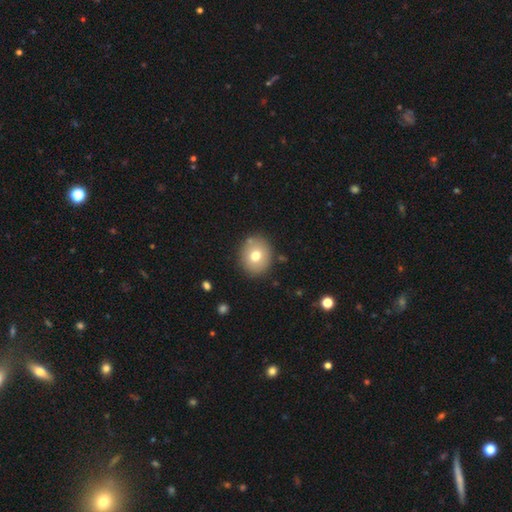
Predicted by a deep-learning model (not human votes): This appears to be a smooth galaxy with no disk features (72%) that is round (77%). Merging: none (86%).